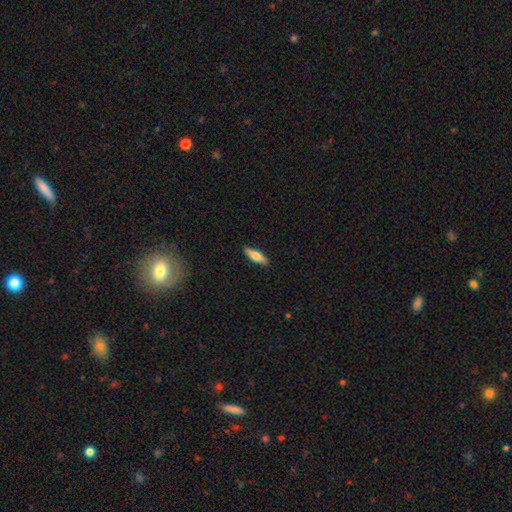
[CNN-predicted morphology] Smooth or featured: smooth — 66% (featured or disk — 28%)
How rounded: cigar-shaped — 53% (in between — 45%)
Merging: none — 88% (minor disturbance — 9%)